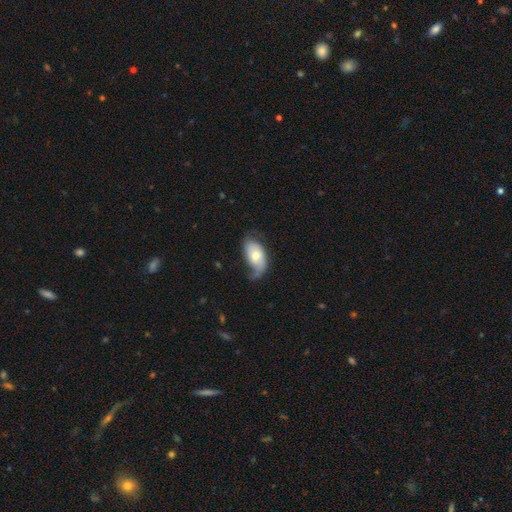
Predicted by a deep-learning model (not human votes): smooth 51%, featured or disk 43%, star or artifact 6%. Down the decision tree: how rounded — in between (93%); merging — none (40%).